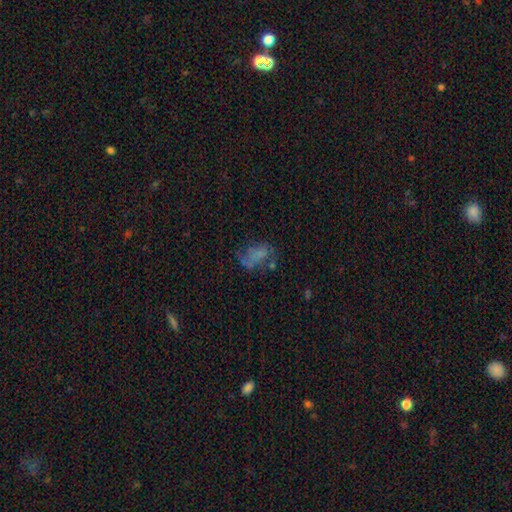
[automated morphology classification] Smooth or featured? Predicted: featured or disk (p=0.44). Merging? Predicted: none (p=0.39).